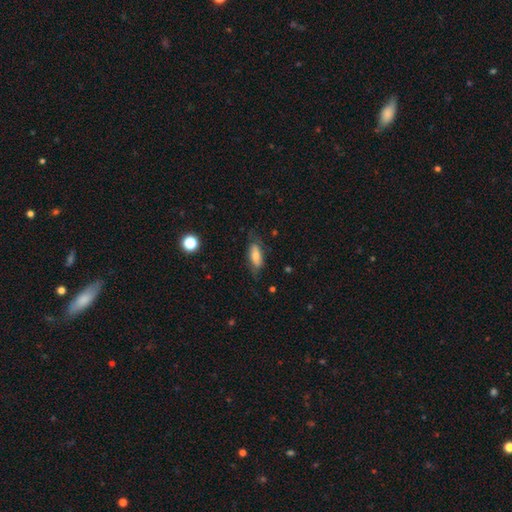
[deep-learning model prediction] A smooth galaxy with no disk features (65%) that is in between round and cigar-shaped (74%).

Vote fractions:
- Smooth or featured? smooth: 65% / featured or disk: 28% / star or artifact: 8%
- How rounded? in between: 74% / cigar-shaped: 23% / round: 3%
- Merging? none: 65% / minor disturbance: 24% / major disturbance: 9% / merger: 2%